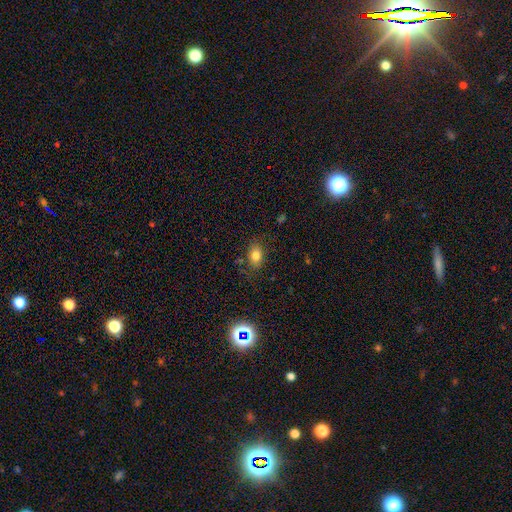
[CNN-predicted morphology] smooth-or-featured: smooth: 80% | star or artifact: 12% | featured or disk: 8%
  how-rounded: in between: 76% | round: 23% | cigar-shaped: 2%
  merging: none: 79% | minor disturbance: 15% | major disturbance: 4% | merger: 2%